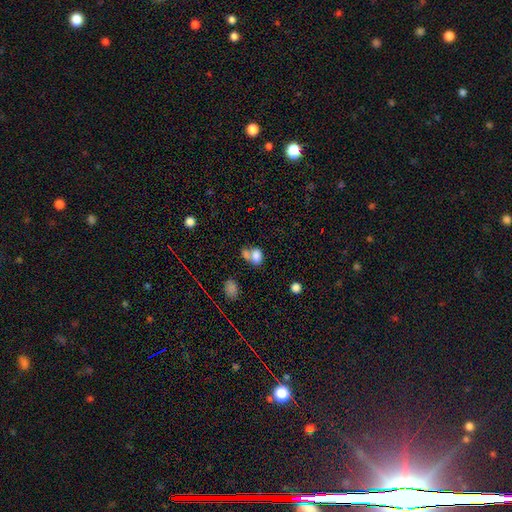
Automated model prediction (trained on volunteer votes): smooth_or_featured: smooth (p=0.80) [alt: star or artifact p=0.11]
how_rounded: in between (p=0.68) [alt: round p=0.31]
merging: merger (p=0.50) [alt: none p=0.32]